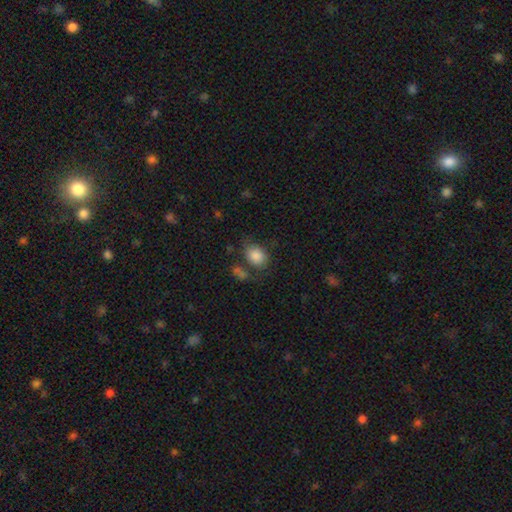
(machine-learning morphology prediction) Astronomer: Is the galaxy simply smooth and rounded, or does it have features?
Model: smooth — 84%.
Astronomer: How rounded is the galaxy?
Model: in between — 57% (runner-up: round, 42%).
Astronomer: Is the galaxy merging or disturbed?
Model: none — 58%.